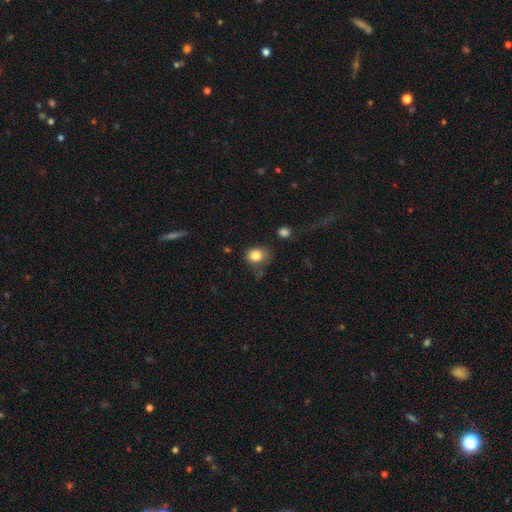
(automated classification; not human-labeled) A smooth galaxy with no disk features (82%) that is round (60%). Merging: none (58%).